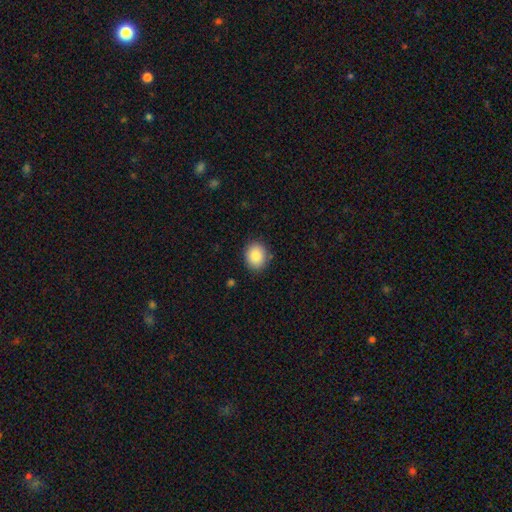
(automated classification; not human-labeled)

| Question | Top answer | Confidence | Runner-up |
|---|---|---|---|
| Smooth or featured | smooth | 87% | star or artifact (8%) |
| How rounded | round | 64% | in between (35%) |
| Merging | none | 86% | minor disturbance (10%) |